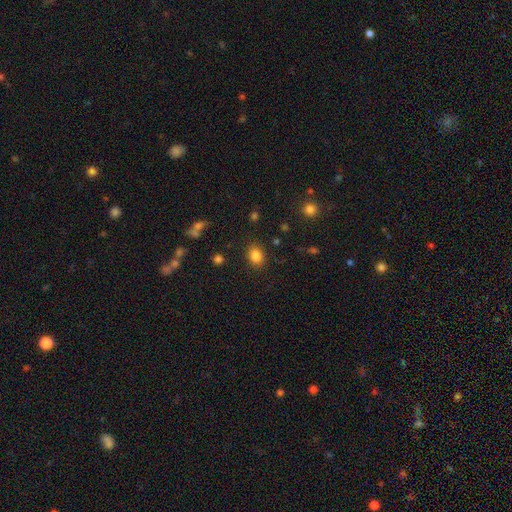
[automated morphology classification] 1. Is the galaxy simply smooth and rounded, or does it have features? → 84% smooth, 11% star or artifact, 5% featured or disk.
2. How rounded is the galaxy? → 52% in between, 47% round, 1% cigar-shaped.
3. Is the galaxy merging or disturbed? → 86% none, 9% minor disturbance, 3% major disturbance, 2% merger.